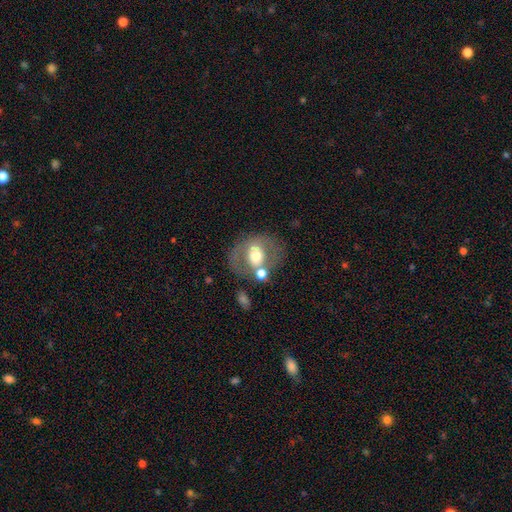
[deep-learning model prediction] featured or disk 48%, smooth 43%, star or artifact 9%. Down the decision tree: merging — none (56%).